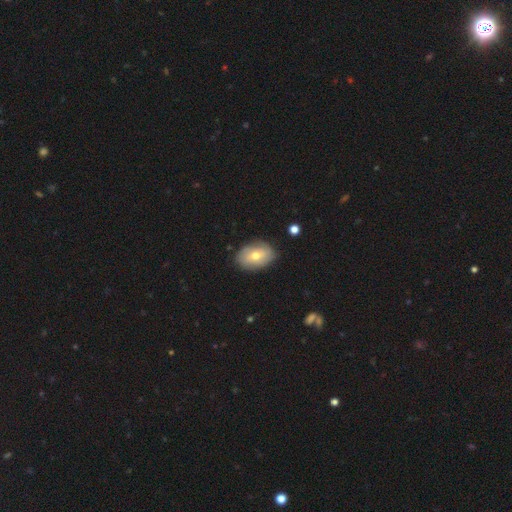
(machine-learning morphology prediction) Smooth or featured? smooth (61%)
How rounded? in between (82%)
Merging? none (82%)